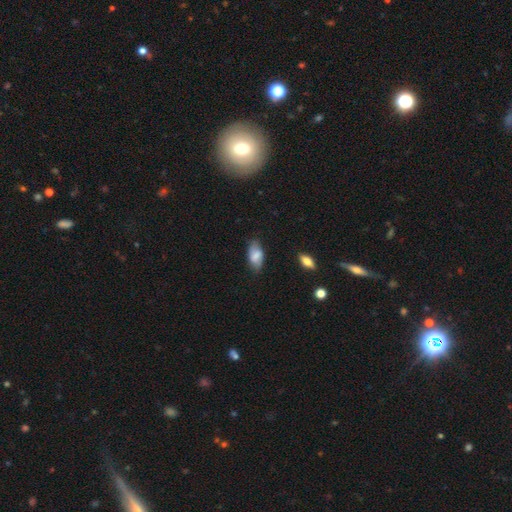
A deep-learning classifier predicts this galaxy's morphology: Smooth or featured? Predicted: smooth (p=0.76). How rounded? Predicted: in between (p=0.91). Merging? Predicted: none (p=0.73).